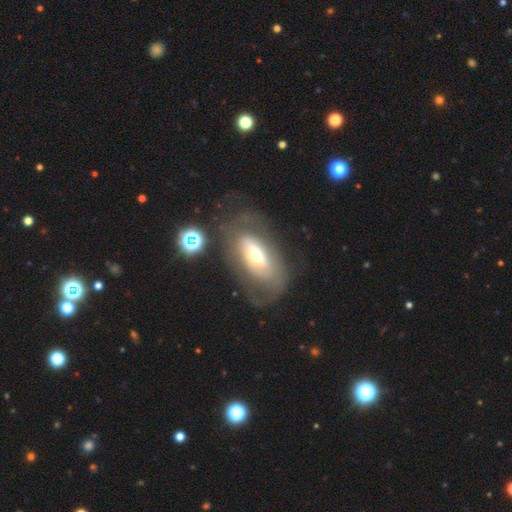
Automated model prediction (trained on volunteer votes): The model was most divided on "spiral arms": no: 51%, yes: 49%. More confident: edge-on disk — no (87%); bulge size — moderate (64%); merging — none (59%); smooth or featured — featured or disk (58%); bar — no (52%).